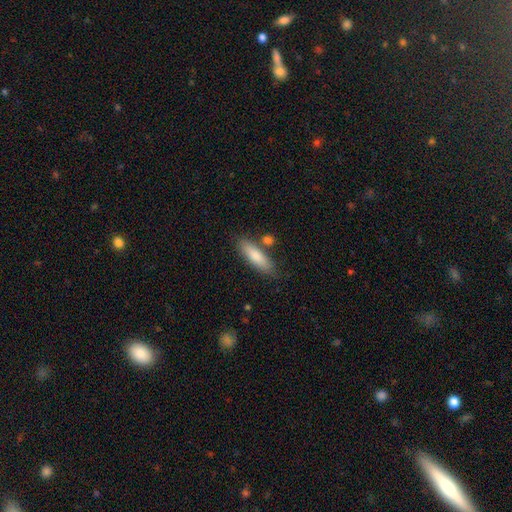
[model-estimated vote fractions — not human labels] Smooth or featured? Predicted: smooth (p=0.81). How rounded? Predicted: cigar-shaped (p=0.54). Merging? Predicted: none (p=0.74).